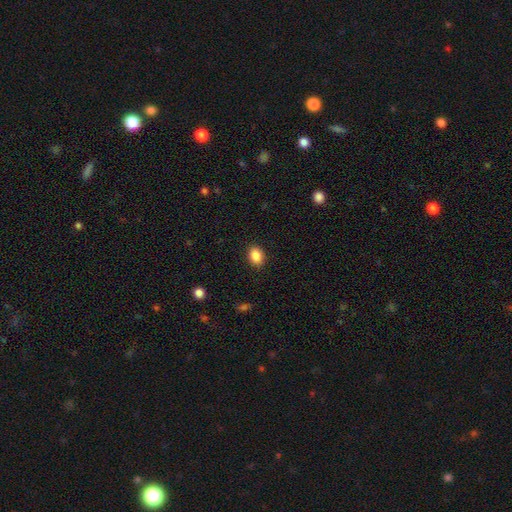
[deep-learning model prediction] Smooth or featured? Predicted: smooth (p=0.87). How rounded? Predicted: in between (p=0.69). Merging? Predicted: none (p=0.89).